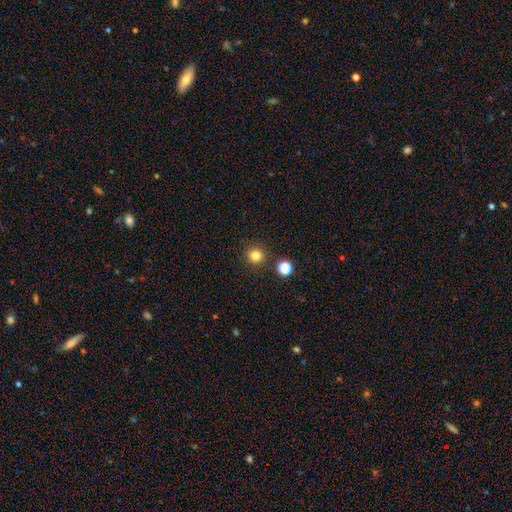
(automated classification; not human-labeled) A smooth galaxy with no disk features (80%) that is round (94%). Merging: none (89%).